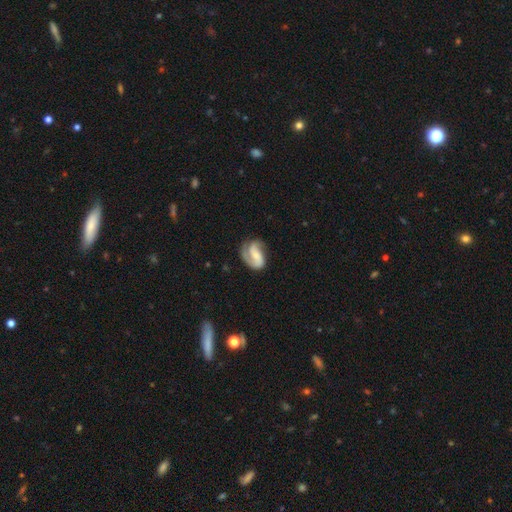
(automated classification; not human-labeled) smooth_or_featured: featured or disk (p=0.73) [alt: smooth p=0.21]
disk_edge_on: no (p=0.97) [alt: yes p=0.03]
bar: no (p=0.40) [alt: weak p=0.38]
has_spiral_arms: yes (p=0.93) [alt: no p=0.07]
spiral_winding: medium (p=0.44) [alt: loose p=0.29]
spiral_arm_count: 2 (p=0.65) [alt: 1 p=0.23]
bulge_size: small (p=0.46) [alt: moderate p=0.31]
merging: none (p=0.54) [alt: minor disturbance p=0.24]